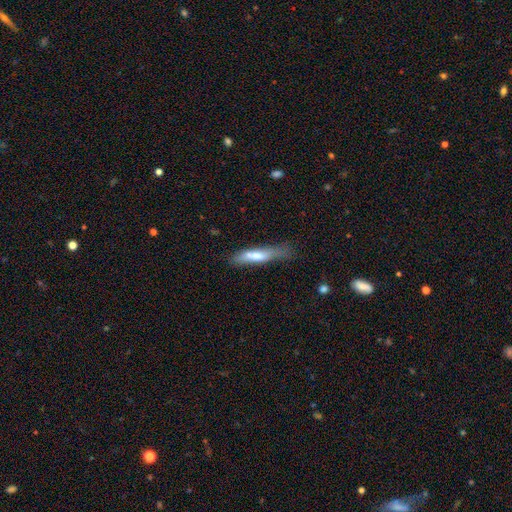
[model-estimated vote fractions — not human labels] This appears to be a smooth galaxy with no disk features (67%) that is cigar-shaped (80%). Merging: none (47%).